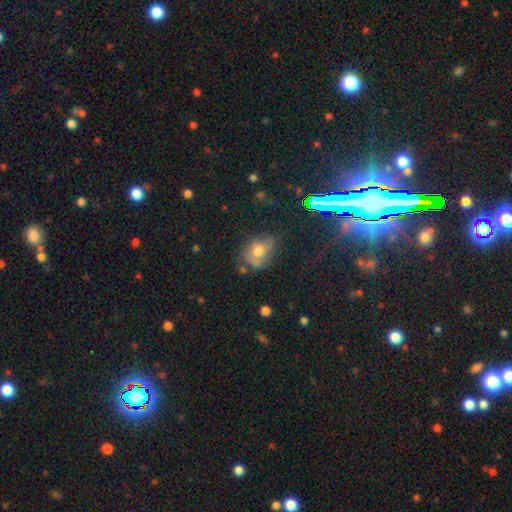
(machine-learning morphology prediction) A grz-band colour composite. It shows a smooth galaxy with no disk features (54%) that is in between round and cigar-shaped (62%). Merging: none (47%).